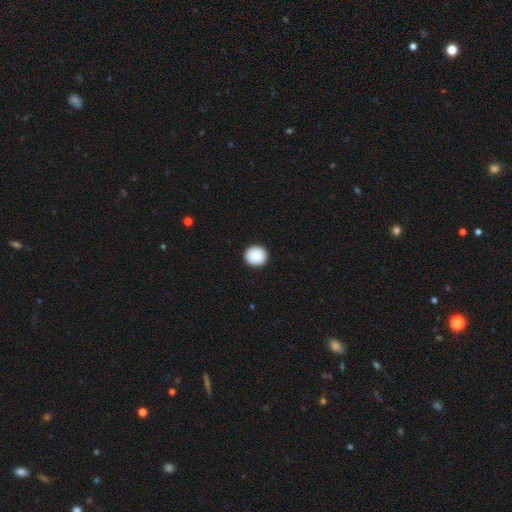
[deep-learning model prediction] Smooth or featured? Predicted: smooth (p=0.90). How rounded? Predicted: round (p=0.91). Merging? Predicted: none (p=0.93).